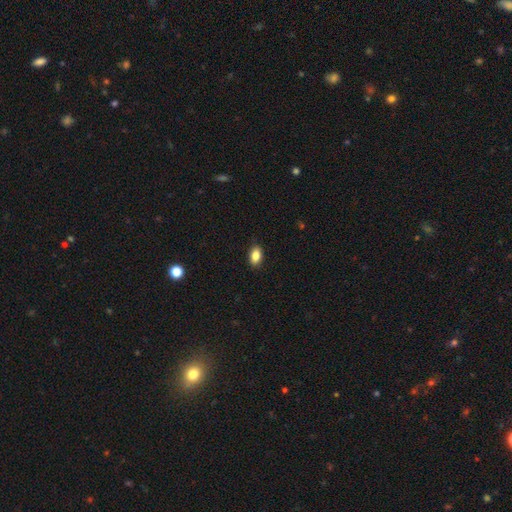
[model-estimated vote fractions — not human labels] smooth 86%, star or artifact 8%, featured or disk 6%. Down the decision tree: how rounded — in between (89%); merging — none (87%).